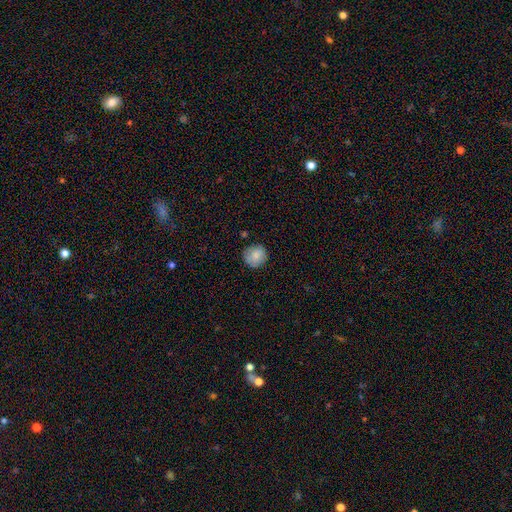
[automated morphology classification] A smooth galaxy with no disk features (84%) that is round (90%). Merging: none (84%).